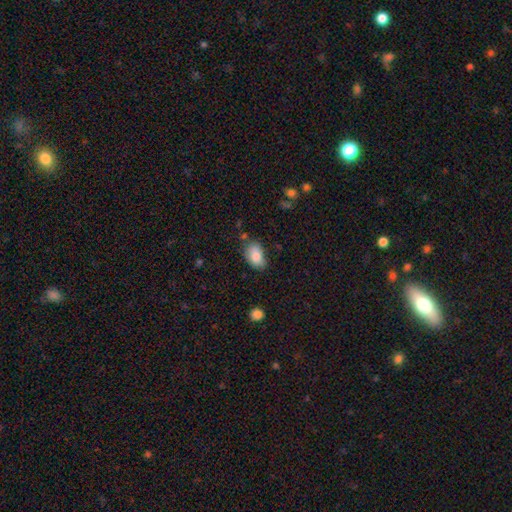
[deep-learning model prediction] smooth_or_featured: smooth (p=0.84) [alt: featured or disk p=0.09]
how_rounded: in between (p=0.88) [alt: round p=0.10]
merging: none (p=0.64) [alt: minor disturbance p=0.26]